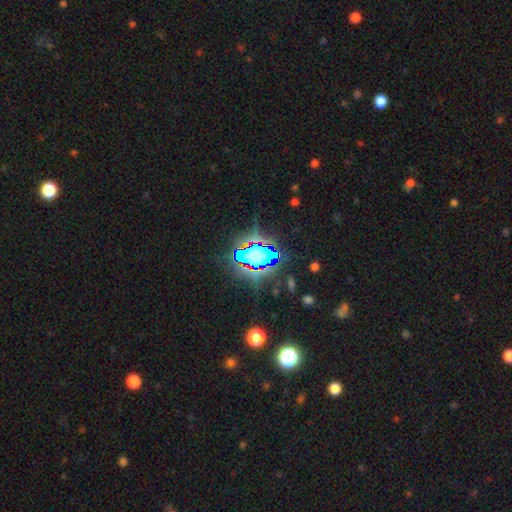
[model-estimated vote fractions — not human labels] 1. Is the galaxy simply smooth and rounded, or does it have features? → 65% star or artifact, 20% smooth, 15% featured or disk.